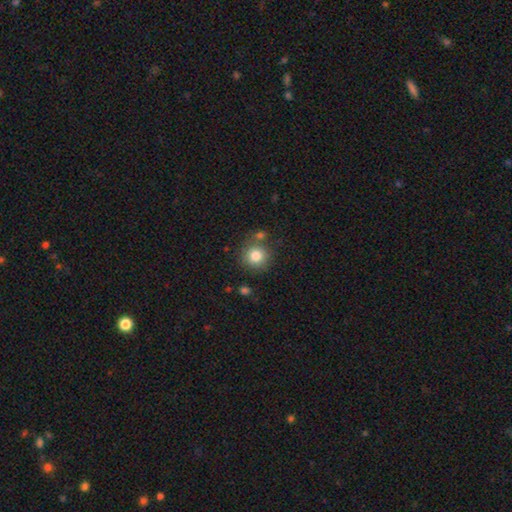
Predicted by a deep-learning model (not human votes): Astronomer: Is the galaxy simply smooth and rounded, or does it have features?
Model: smooth — 83%.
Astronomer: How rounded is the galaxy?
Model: round — 92%.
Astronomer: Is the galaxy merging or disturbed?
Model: none — 75%.